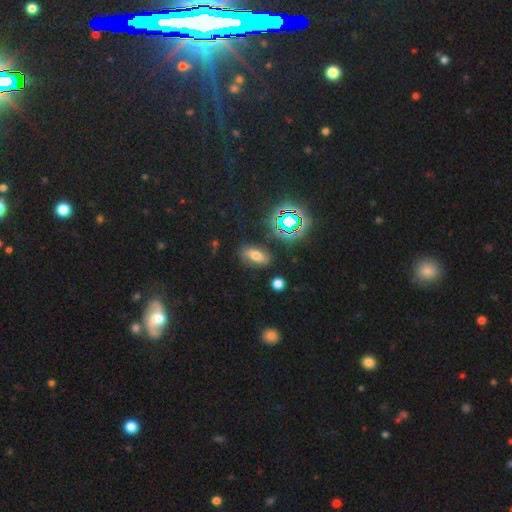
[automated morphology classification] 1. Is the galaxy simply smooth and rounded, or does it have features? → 49% smooth, 27% star or artifact, 24% featured or disk.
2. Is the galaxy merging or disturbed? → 75% none, 16% minor disturbance, 6% major disturbance, 3% merger.